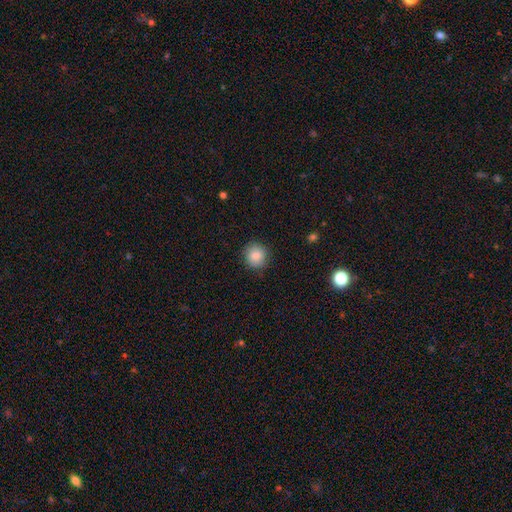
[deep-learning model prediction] smooth_or_featured: smooth (p=0.84) [alt: star or artifact p=0.09]
how_rounded: round (p=0.90) [alt: in between p=0.09]
merging: none (p=0.86) [alt: minor disturbance p=0.10]